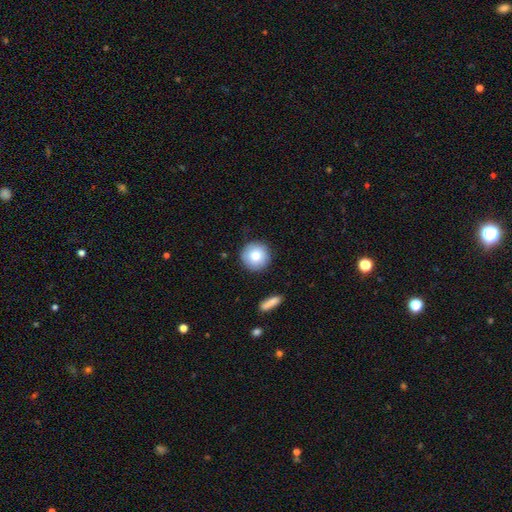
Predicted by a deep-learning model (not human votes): smooth-or-featured: smooth: 75% | featured or disk: 16% | star or artifact: 9%
  how-rounded: round: 95% | in between: 4% | cigar-shaped: 1%
  merging: none: 88% | minor disturbance: 8% | major disturbance: 2% | merger: 2%